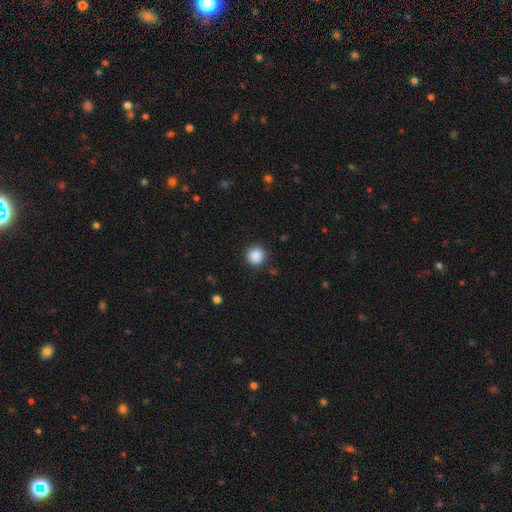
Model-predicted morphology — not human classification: Smooth or featured? Predicted: smooth (p=0.88). How rounded? Predicted: round (p=0.94). Merging? Predicted: none (p=0.90).